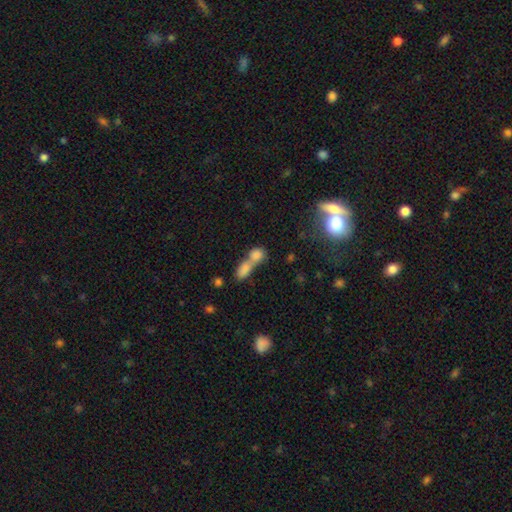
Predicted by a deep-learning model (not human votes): Morphology: type=smooth (78%); roundness=in between (59%); merging=merger (73%).